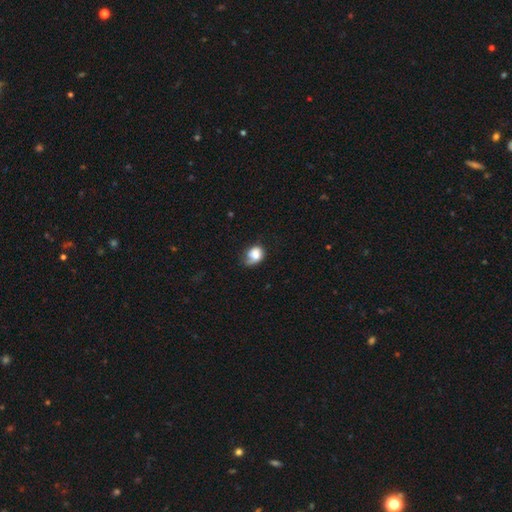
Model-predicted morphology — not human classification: Smooth or featured? smooth (74%)
How rounded? in between (51%)
Merging? minor disturbance (37%)